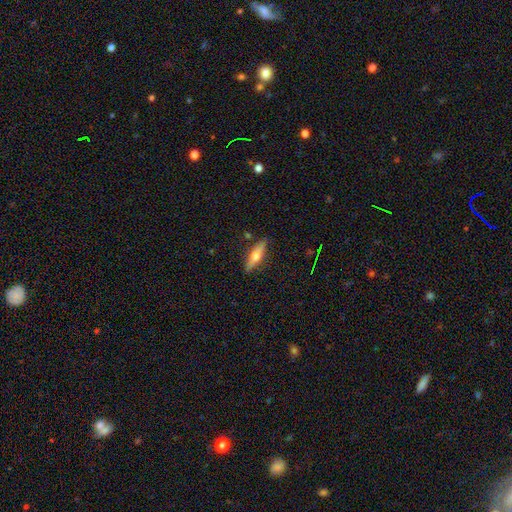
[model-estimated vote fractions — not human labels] Morphology: type=smooth (55%); roundness=cigar-shaped (62%); merging=none (83%).